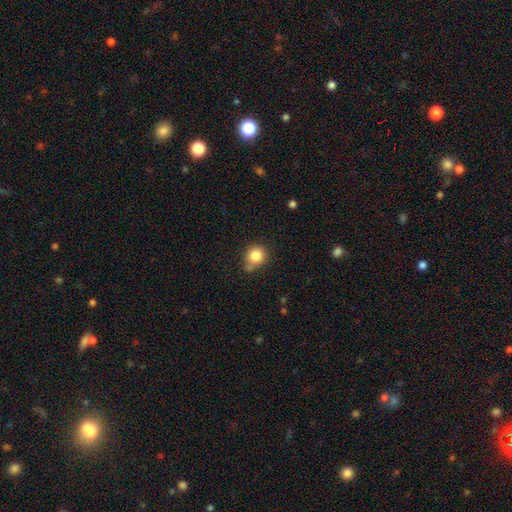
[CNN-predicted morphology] Overall: smooth (83%). How rounded: round (88%). Merging: none (65%).